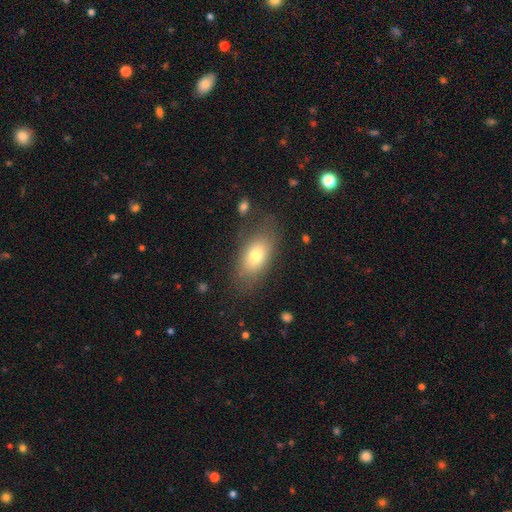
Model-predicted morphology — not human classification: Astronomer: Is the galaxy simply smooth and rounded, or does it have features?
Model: smooth — 73%.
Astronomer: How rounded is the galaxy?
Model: in between — 86%.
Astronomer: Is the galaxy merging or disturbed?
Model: none — 74%.